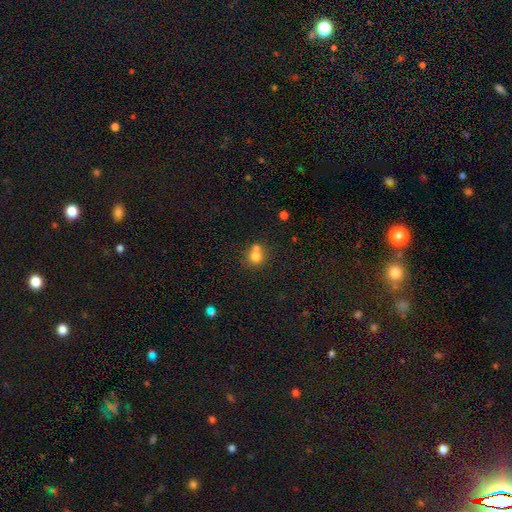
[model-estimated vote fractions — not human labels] A smooth galaxy with no disk features (74%) that is round (74%). Merging: merger (43%).